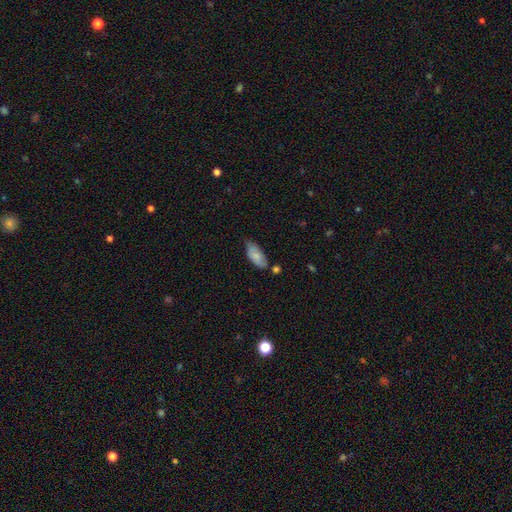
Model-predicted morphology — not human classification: The model was most divided on "merging": none: 62%, minor disturbance: 26%, merger: 8%, major disturbance: 5%. More confident: how rounded — in between (86%); smooth or featured — smooth (78%).